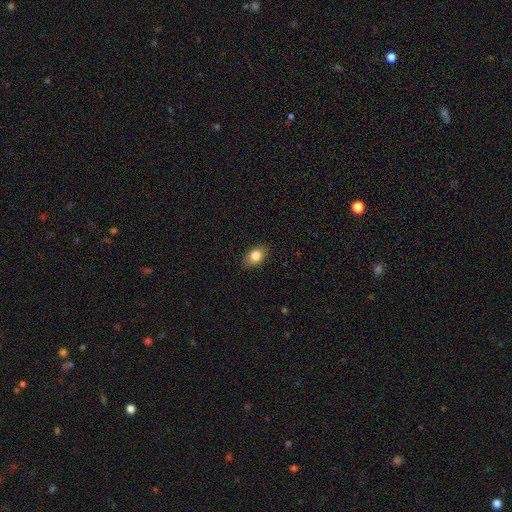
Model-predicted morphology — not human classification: Smooth or featured: smooth — 82% (featured or disk — 10%)
How rounded: in between — 86% (round — 12%)
Merging: none — 85% (minor disturbance — 11%)